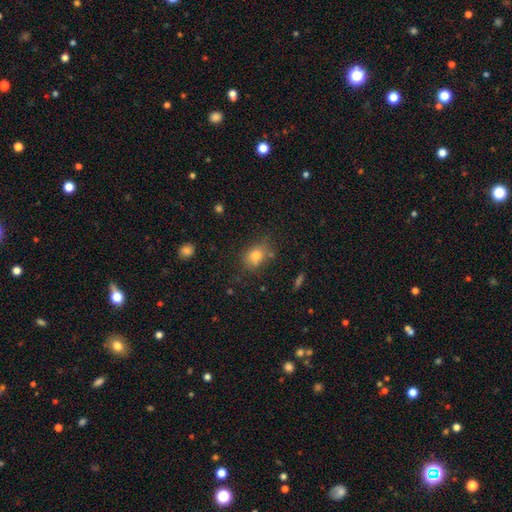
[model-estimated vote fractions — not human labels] Smooth or featured? Predicted: smooth (p=0.78). How rounded? Predicted: in between (p=0.56). Merging? Predicted: none (p=0.70).